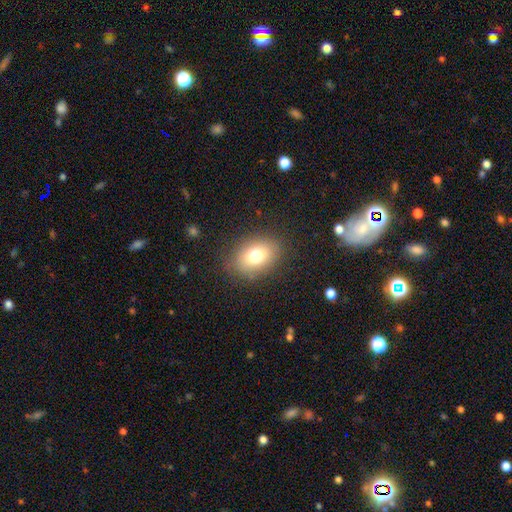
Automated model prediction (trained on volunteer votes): A smooth galaxy with no disk features (76%) that is in between round and cigar-shaped (74%). Merging: none (83%).